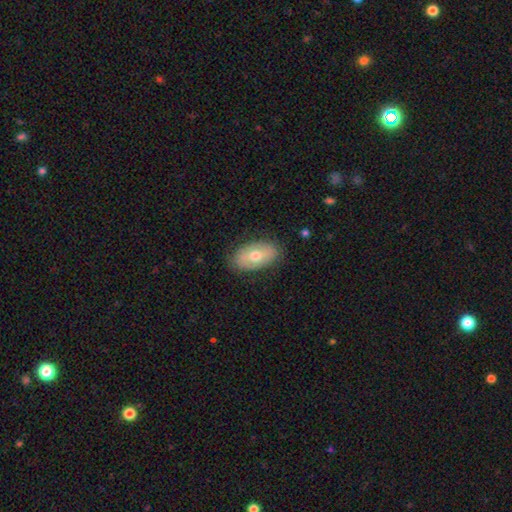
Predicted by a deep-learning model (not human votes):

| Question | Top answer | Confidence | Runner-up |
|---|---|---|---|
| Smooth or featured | smooth | 60% | featured or disk (33%) |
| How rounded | in between | 93% | round (5%) |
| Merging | none | 82% | minor disturbance (14%) |